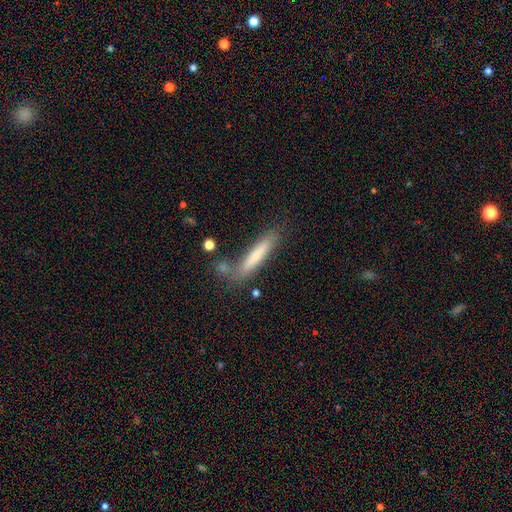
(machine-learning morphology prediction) The model was most divided on "smooth or featured": smooth: 70%, featured or disk: 23%, star or artifact: 7%. More confident: how rounded — cigar-shaped (91%); merging — none (70%).